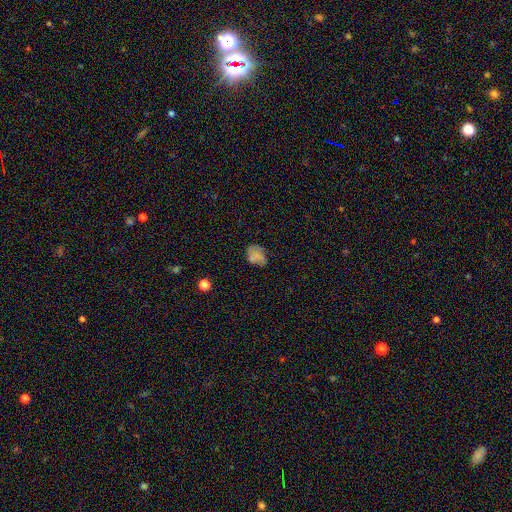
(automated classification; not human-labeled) smooth 65%, featured or disk 22%, star or artifact 13%. Down the decision tree: how rounded — in between (67%); merging — none (54%).